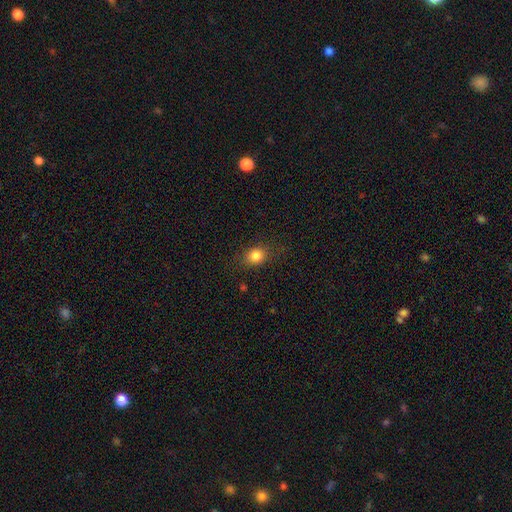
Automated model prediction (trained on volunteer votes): The model was most divided on "how rounded": round: 58%, in between: 40%, cigar-shaped: 1%. More confident: smooth or featured — smooth (83%); merging — none (81%).